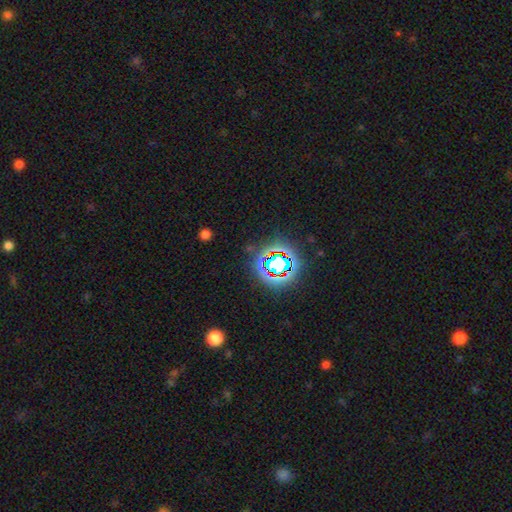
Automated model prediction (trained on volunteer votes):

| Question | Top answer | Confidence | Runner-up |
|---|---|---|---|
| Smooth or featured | star or artifact | 76% | smooth (16%) |